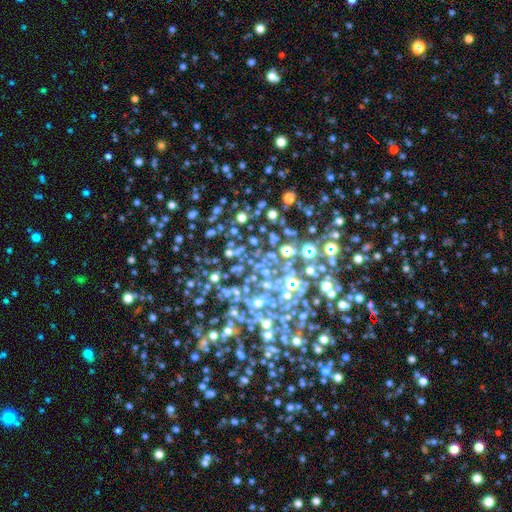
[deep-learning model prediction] Overall: star or artifact (78%).